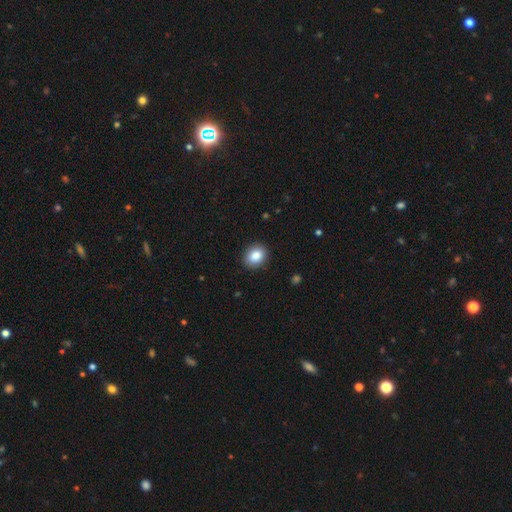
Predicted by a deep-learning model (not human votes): smooth-or-featured: smooth: 87% | star or artifact: 8% | featured or disk: 5%
  how-rounded: in between: 58% | round: 41% | cigar-shaped: 1%
  merging: none: 89% | minor disturbance: 8% | major disturbance: 2% | merger: 1%